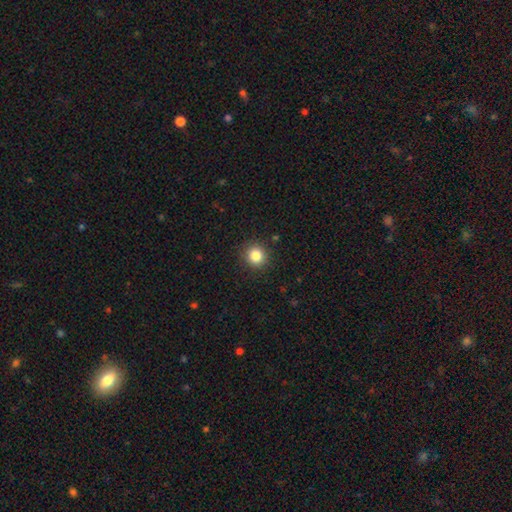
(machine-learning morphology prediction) Q: Smooth or featured?
A: smooth (84%); runner-up: star or artifact (11%)
Q: How rounded?
A: round (91%); runner-up: in between (8%)
Q: Merging?
A: none (90%); runner-up: minor disturbance (6%)